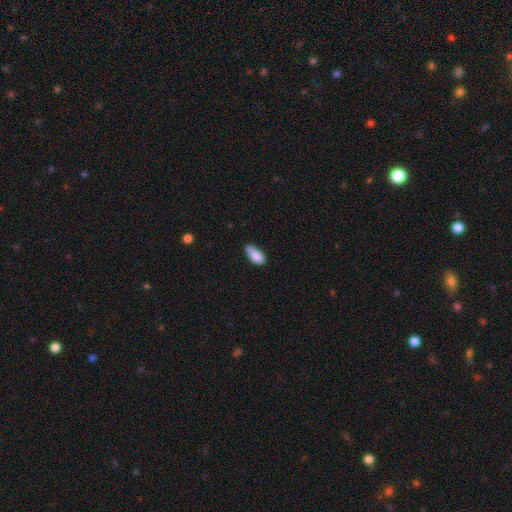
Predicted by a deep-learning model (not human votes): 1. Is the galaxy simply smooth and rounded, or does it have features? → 87% smooth, 7% star or artifact, 6% featured or disk.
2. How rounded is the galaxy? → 88% in between, 9% cigar-shaped, 2% round.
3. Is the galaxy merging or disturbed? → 66% none, 28% minor disturbance, 4% major disturbance, 2% merger.